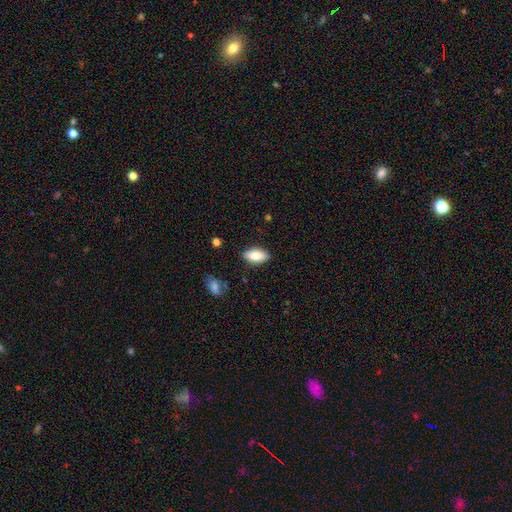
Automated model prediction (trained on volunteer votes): The model was most divided on "smooth or featured": smooth: 81%, featured or disk: 12%, star or artifact: 7%. More confident: how rounded — in between (89%); merging — none (86%).